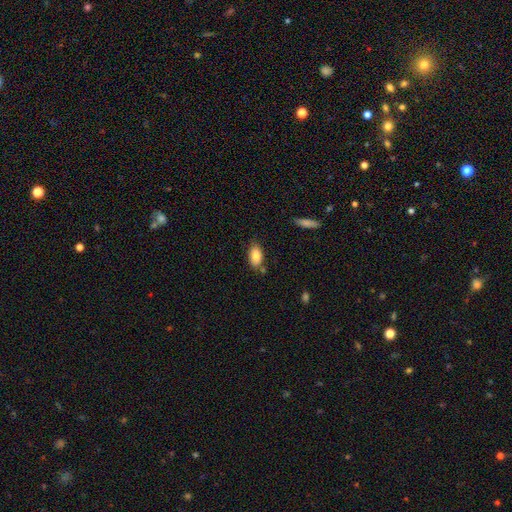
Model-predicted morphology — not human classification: Smooth or featured?
  - smooth: 83% *
  - featured or disk: 10%
  - star or artifact: 7%
How rounded?
  - in between: 92% *
  - round: 5%
  - cigar-shaped: 3%
Merging?
  - none: 72% *
  - minor disturbance: 18%
  - merger: 7%
  - major disturbance: 3%